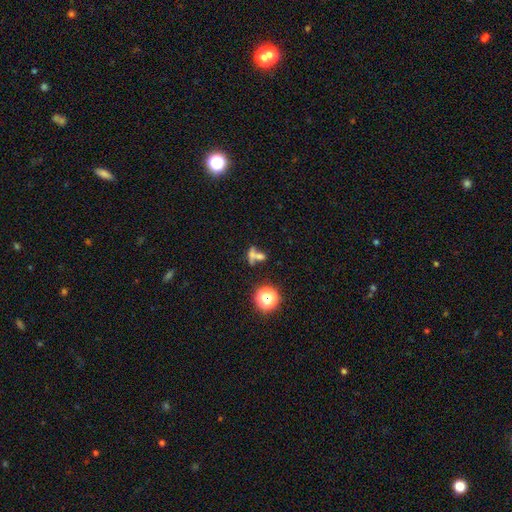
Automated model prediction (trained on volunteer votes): This is possibly a smooth galaxy (56%). How rounded: possibly in between (46%). Merging: possibly merger (53%).